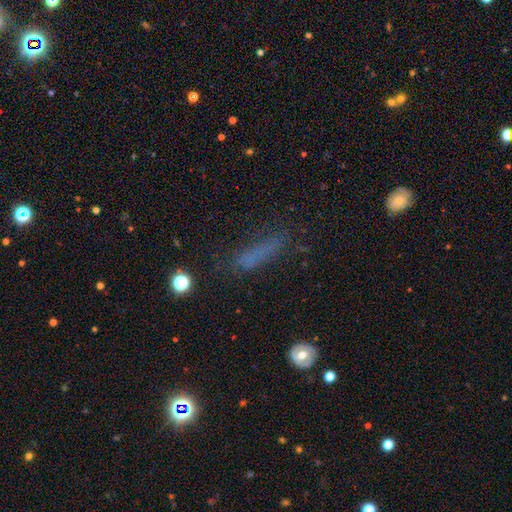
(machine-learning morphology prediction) Smooth or featured: smooth — 60% (star or artifact — 22%)
How rounded: cigar-shaped — 74% (in between — 22%)
Merging: none — 65% (minor disturbance — 20%)